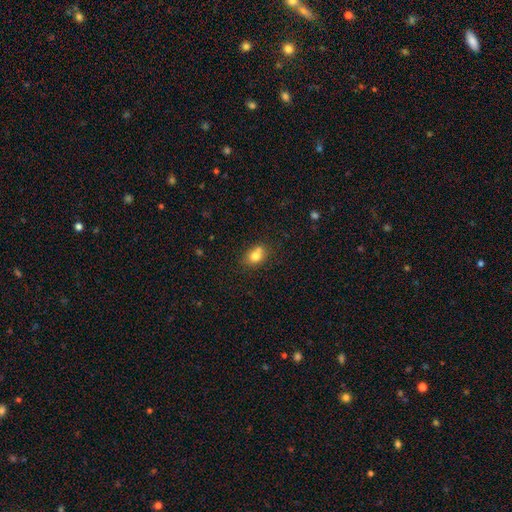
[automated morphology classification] type=smooth (77%); roundness=in between (63%); merging=none (59%).